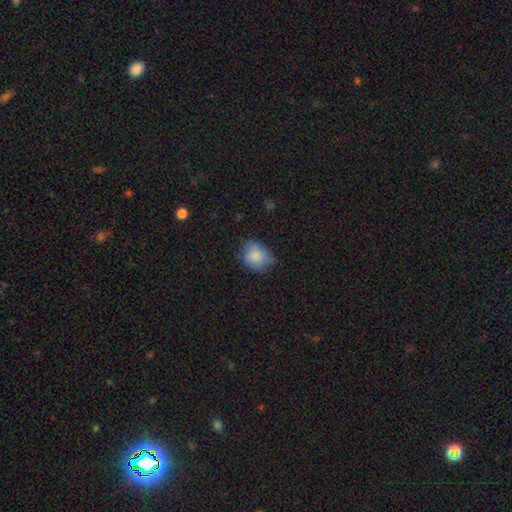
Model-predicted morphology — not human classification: The model was most divided on "how rounded": round: 50%, in between: 49%, cigar-shaped: 1%. More confident: smooth or featured — smooth (83%); merging — none (61%).